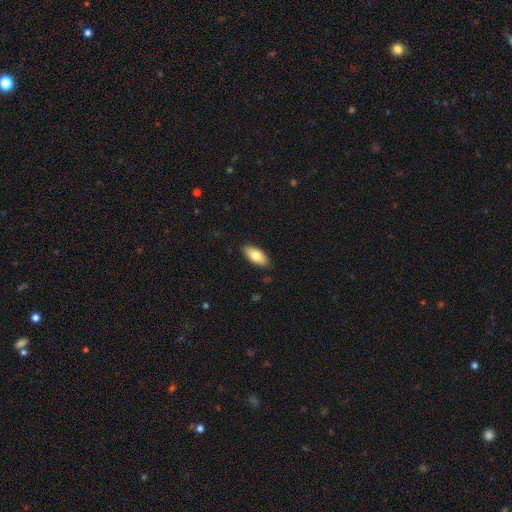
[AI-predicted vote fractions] Smooth or featured?
  - smooth: 78% *
  - featured or disk: 15%
  - star or artifact: 6%
How rounded?
  - in between: 90% *
  - cigar-shaped: 8%
  - round: 2%
Merging?
  - none: 87% *
  - minor disturbance: 10%
  - major disturbance: 2%
  - merger: 1%